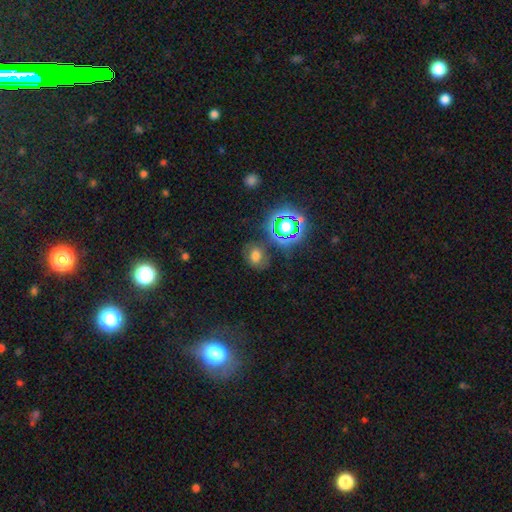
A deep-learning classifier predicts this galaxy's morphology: Smooth or featured? smooth (58%)
How rounded? in between (53%)
Merging? none (72%)